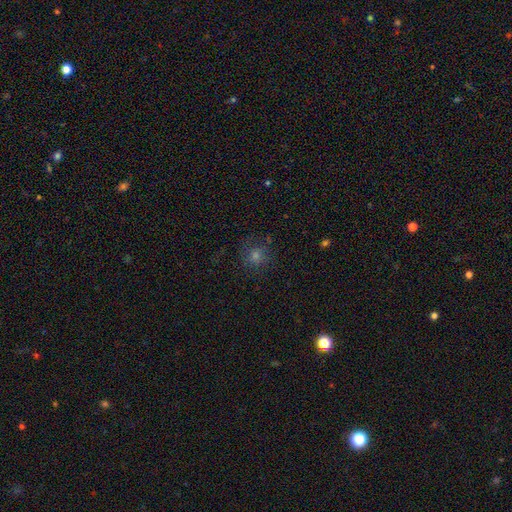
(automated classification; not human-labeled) This is possibly a smooth galaxy (50%). Merging: likely none (77%).